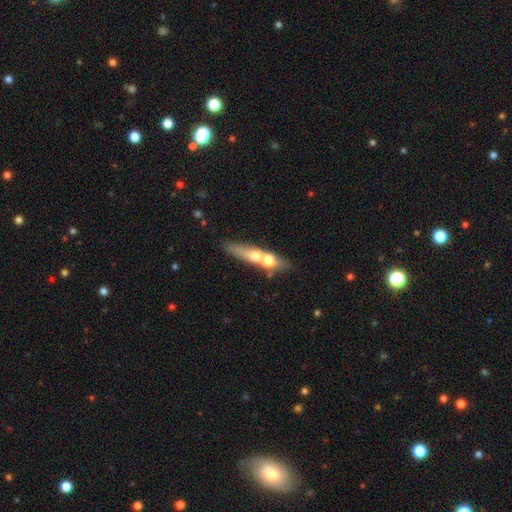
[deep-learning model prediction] smooth 47%, featured or disk 45%, star or artifact 8%. Down the decision tree: merging — merger (45%).